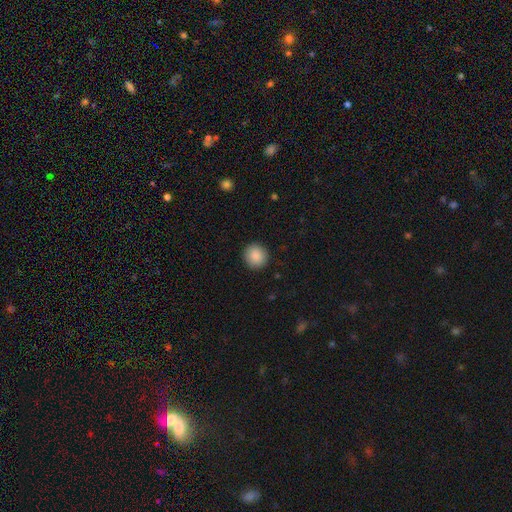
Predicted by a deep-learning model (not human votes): smooth_or_featured: smooth (p=0.88) [alt: star or artifact p=0.08]
how_rounded: round (p=0.93) [alt: in between p=0.06]
merging: none (p=0.92) [alt: minor disturbance p=0.05]